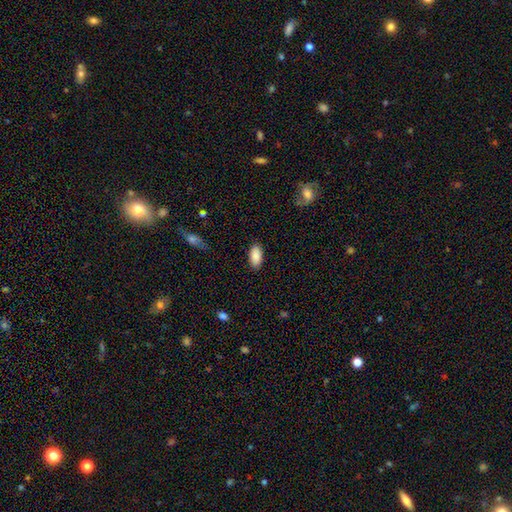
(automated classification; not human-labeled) Overall: smooth (88%). How rounded: in between (94%). Merging: none (87%).